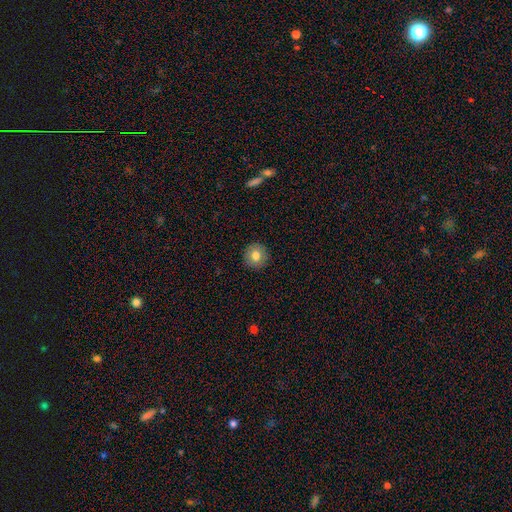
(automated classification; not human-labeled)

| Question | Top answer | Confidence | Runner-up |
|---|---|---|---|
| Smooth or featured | smooth | 80% | featured or disk (11%) |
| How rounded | round | 94% | in between (5%) |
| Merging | none | 92% | minor disturbance (6%) |